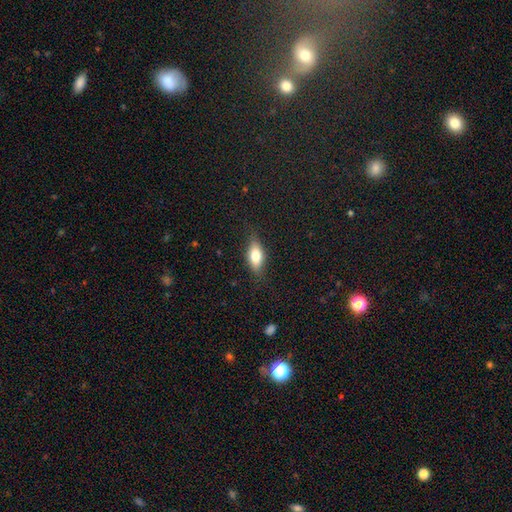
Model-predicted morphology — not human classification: This appears to be a smooth galaxy with no disk features (71%) that is in between round and cigar-shaped (80%). Merging: none (79%).